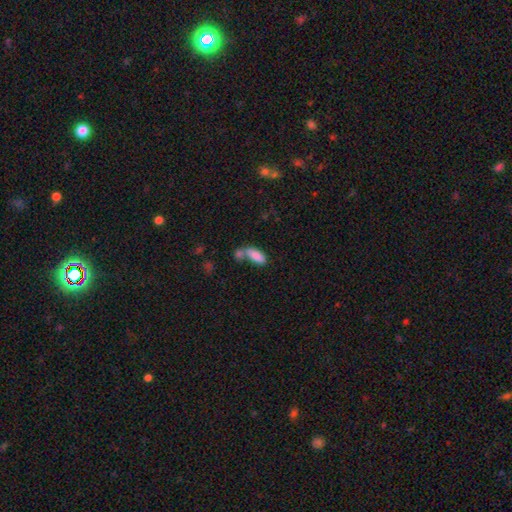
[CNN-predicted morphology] This is clearly a smooth galaxy (82%). How rounded: clearly in between (80%). Merging: possibly merger (49%).